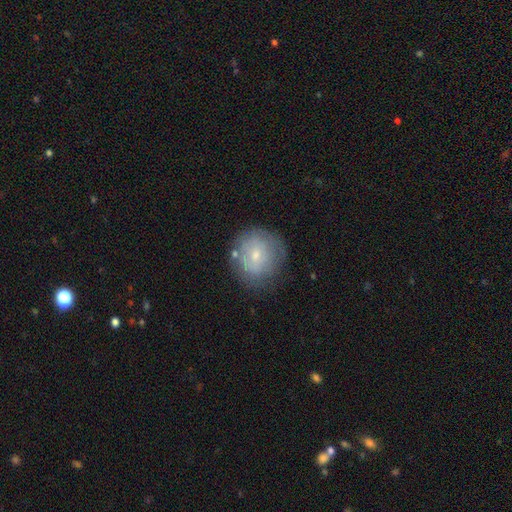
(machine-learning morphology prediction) This is possibly a smooth galaxy (48%). Merging: likely none (69%).